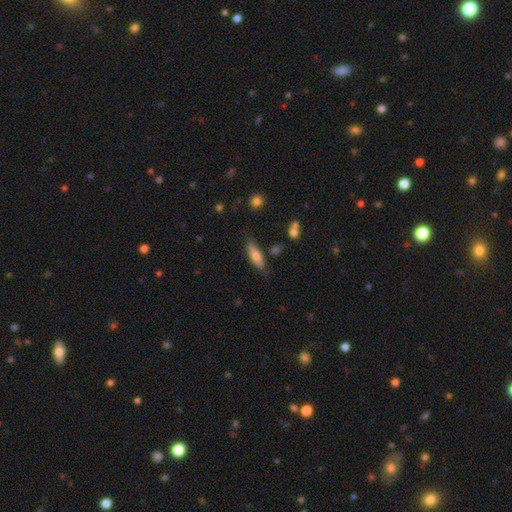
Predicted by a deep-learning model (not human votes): Smooth or featured? Predicted: smooth (p=0.74). How rounded? Predicted: in between (p=0.58). Merging? Predicted: none (p=0.73).